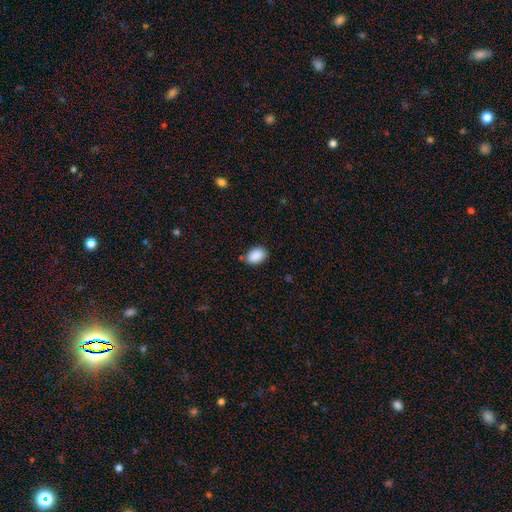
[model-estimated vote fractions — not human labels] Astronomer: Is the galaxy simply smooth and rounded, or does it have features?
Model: smooth — 89%.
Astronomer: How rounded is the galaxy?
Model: in between — 85%.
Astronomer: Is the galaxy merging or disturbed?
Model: none — 73%.